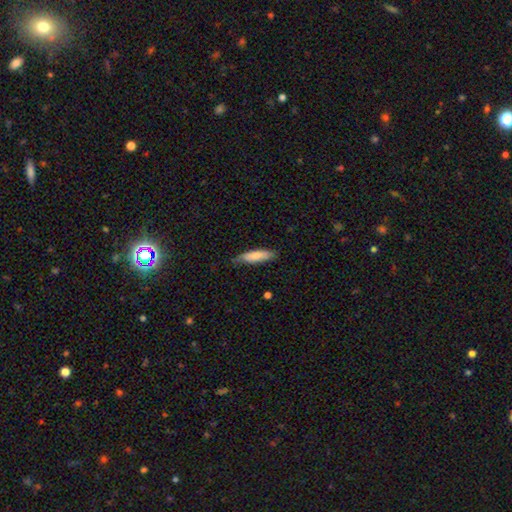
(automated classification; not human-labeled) The model was most divided on "how rounded": cigar-shaped: 64%, in between: 34%, round: 1%. More confident: smooth or featured — smooth (79%); merging — none (72%).